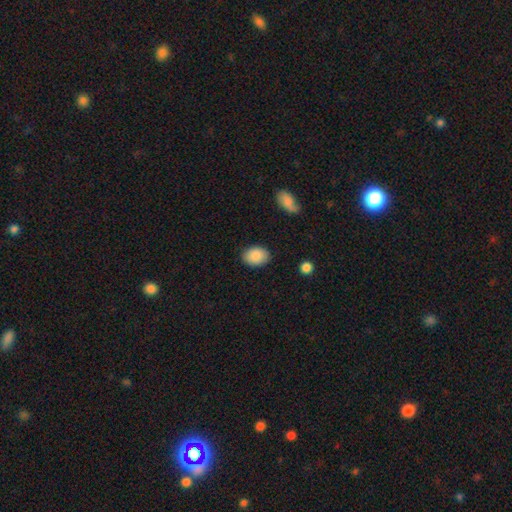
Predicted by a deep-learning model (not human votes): Overall: smooth (88%). How rounded: in between (77%). Merging: none (85%).